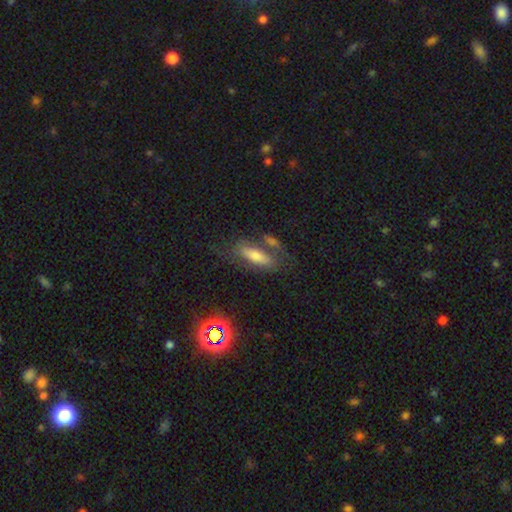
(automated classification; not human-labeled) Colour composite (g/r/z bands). It shows a smooth galaxy with no disk features (49%). Merging: none (61%).